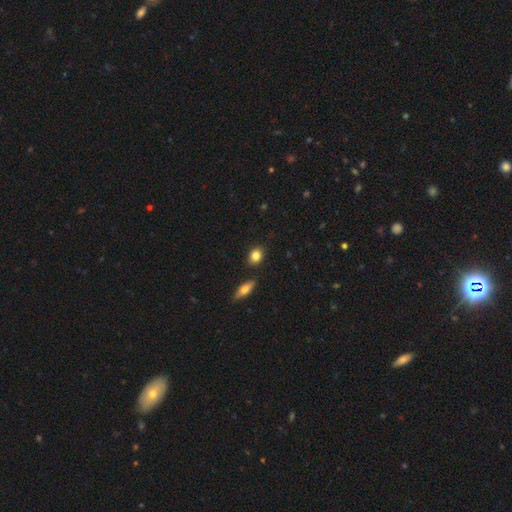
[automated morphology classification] Q: Smooth or featured?
A: smooth (83%); runner-up: star or artifact (8%)
Q: How rounded?
A: in between (52%); runner-up: round (46%)
Q: Merging?
A: none (84%); runner-up: minor disturbance (9%)